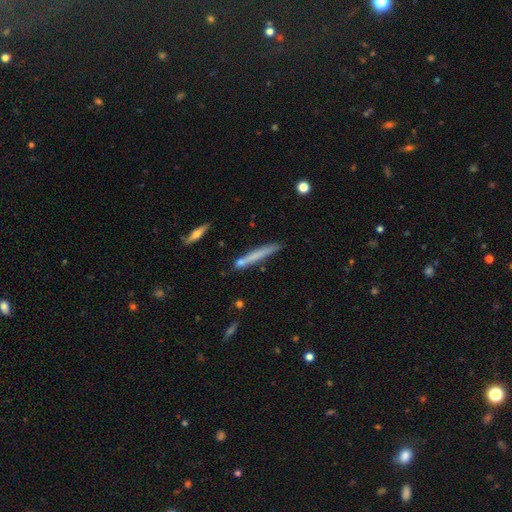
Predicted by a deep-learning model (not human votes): A smooth galaxy with no disk features (63%) that is cigar-shaped (96%). Merging: none (79%).